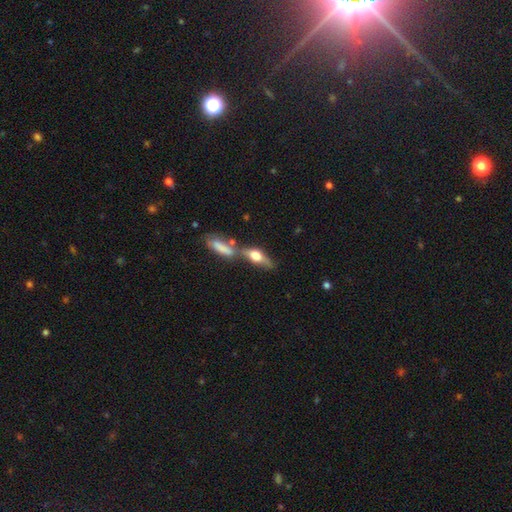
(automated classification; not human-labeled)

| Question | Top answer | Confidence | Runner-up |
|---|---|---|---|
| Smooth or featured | smooth | 49% | featured or disk (42%) |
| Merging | merger | 41% | none (40%) |